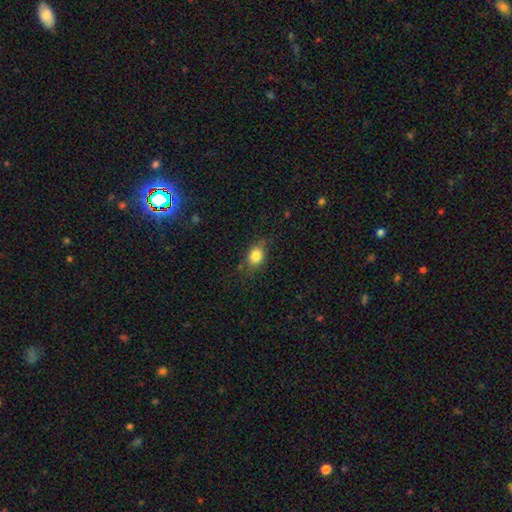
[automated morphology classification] Overall: smooth (82%). How rounded: in between (58%; round 40%). Merging: none (72%).